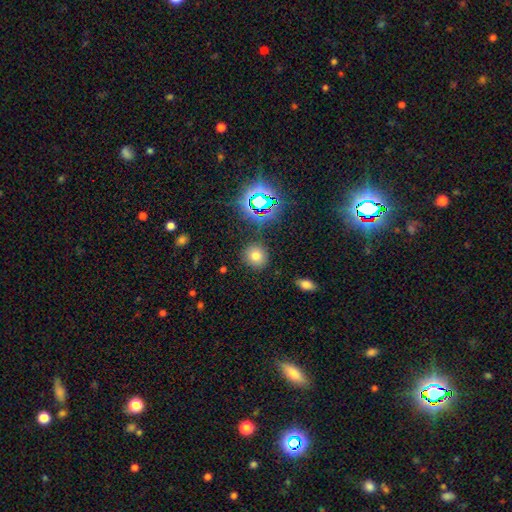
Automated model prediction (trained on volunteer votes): The model was most divided on "smooth or featured": smooth: 72%, star or artifact: 19%, featured or disk: 9%. More confident: how rounded — round (89%); merging — none (87%).